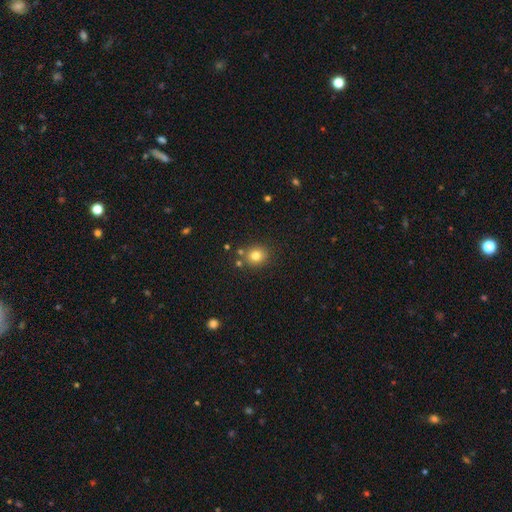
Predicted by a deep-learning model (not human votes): Smooth or featured? smooth (80%)
How rounded? round (81%)
Merging? none (80%)